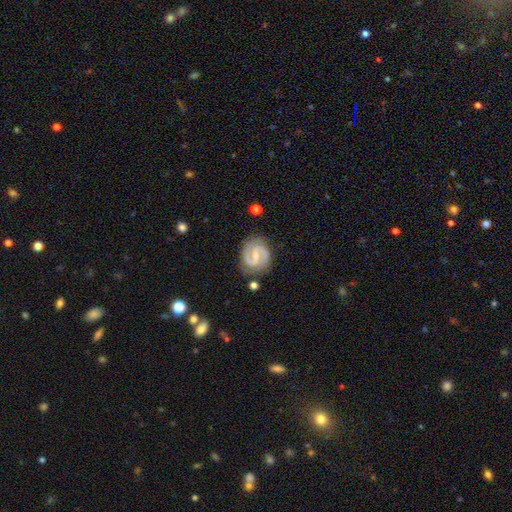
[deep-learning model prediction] Smooth or featured? Predicted: featured or disk (p=0.90). Edge-on disk? Predicted: no (p=0.98). Bar? Predicted: weak (p=0.47). Spiral arms? Predicted: yes (p=0.97). Spiral winding? Predicted: medium (p=0.54). Spiral arm count? Predicted: 2 (p=0.93). Bulge size? Predicted: small (p=0.63). Merging? Predicted: none (p=0.81).